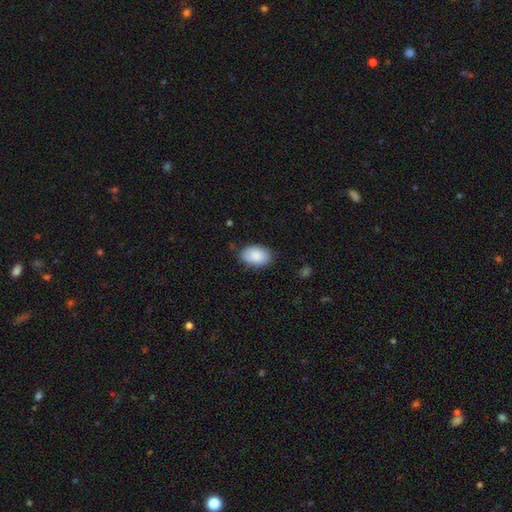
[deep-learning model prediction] Q: Smooth or featured?
A: smooth (87%); runner-up: featured or disk (6%)
Q: How rounded?
A: in between (90%); runner-up: round (9%)
Q: Merging?
A: none (78%); runner-up: minor disturbance (18%)